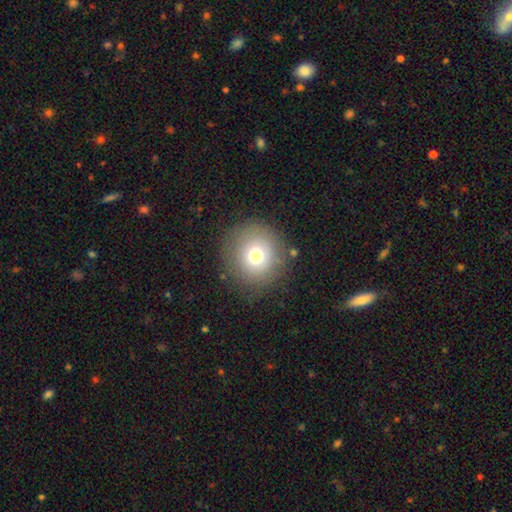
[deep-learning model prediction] smooth-or-featured: smooth: 72% | featured or disk: 15% | star or artifact: 13%
  how-rounded: round: 93% | in between: 6% | cigar-shaped: 1%
  merging: none: 82% | minor disturbance: 11% | major disturbance: 5% | merger: 2%